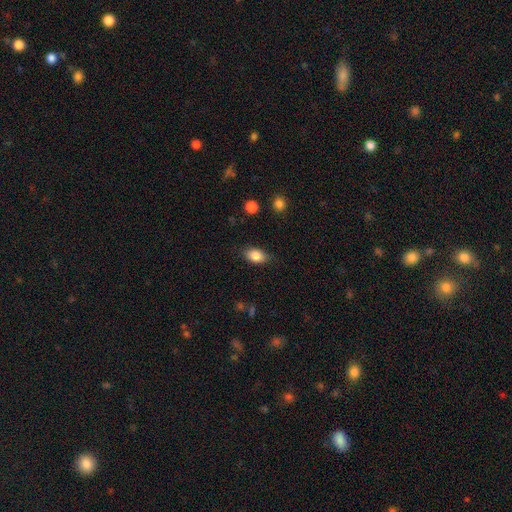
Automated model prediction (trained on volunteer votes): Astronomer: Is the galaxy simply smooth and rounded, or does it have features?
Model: smooth — 85%.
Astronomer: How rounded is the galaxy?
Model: in between — 88%.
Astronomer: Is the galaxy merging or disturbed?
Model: none — 80%.